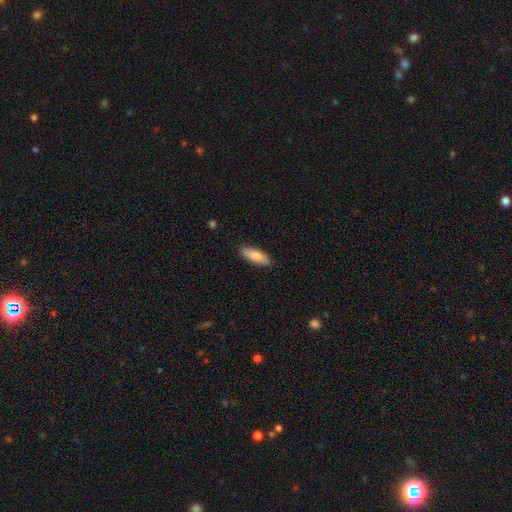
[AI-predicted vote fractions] The model was most divided on "how rounded": in between: 62%, cigar-shaped: 36%, round: 2%. More confident: merging — none (85%); smooth or featured — smooth (78%).